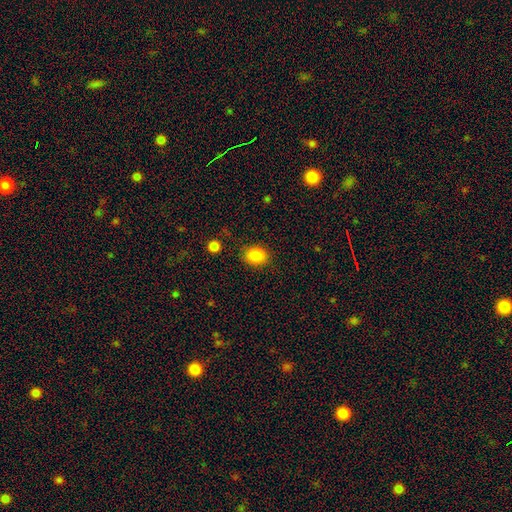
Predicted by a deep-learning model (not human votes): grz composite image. It shows a smooth galaxy with no disk features (86%) that is round (53%). Merging: none (84%).